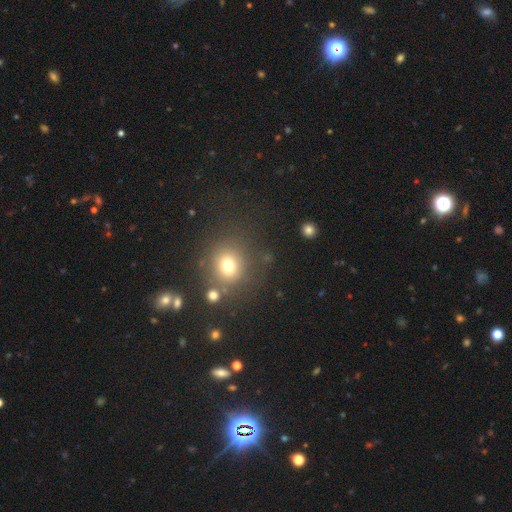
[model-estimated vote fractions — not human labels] This appears to be a smooth galaxy with no disk features (54%) that is round (85%). Merging: none (83%).